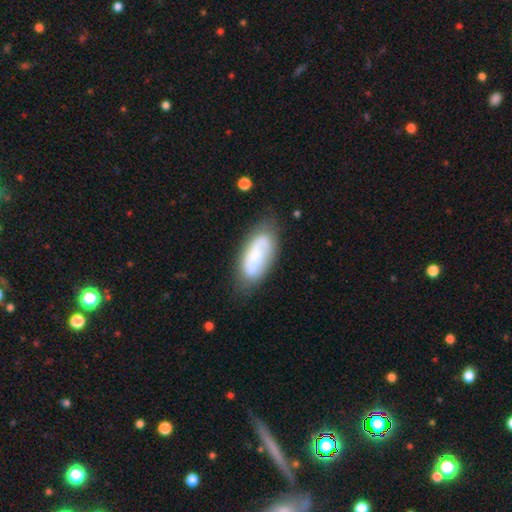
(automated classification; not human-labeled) The model was most divided on "smooth or featured": smooth: 50%, featured or disk: 42%, star or artifact: 7%. More confident: how rounded — in between (88%); merging — none (67%).